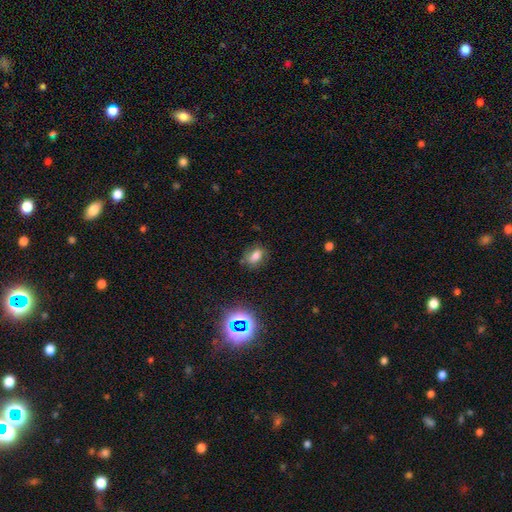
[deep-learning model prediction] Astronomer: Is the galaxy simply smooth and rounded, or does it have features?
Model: smooth — 63%.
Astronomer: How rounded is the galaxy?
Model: in between — 73%.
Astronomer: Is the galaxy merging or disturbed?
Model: none — 74%.